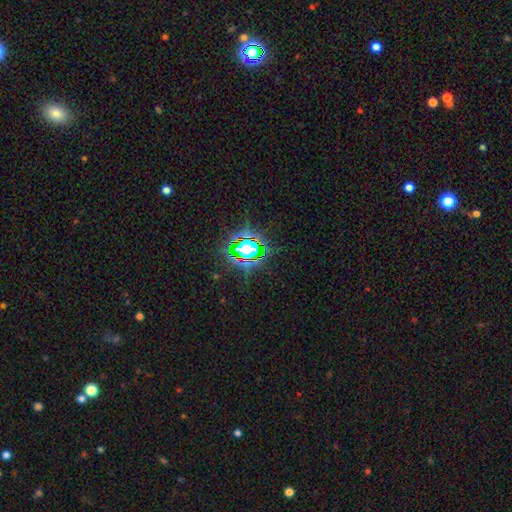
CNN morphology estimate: This appears to be a star or artifact, not a galaxy (73%).